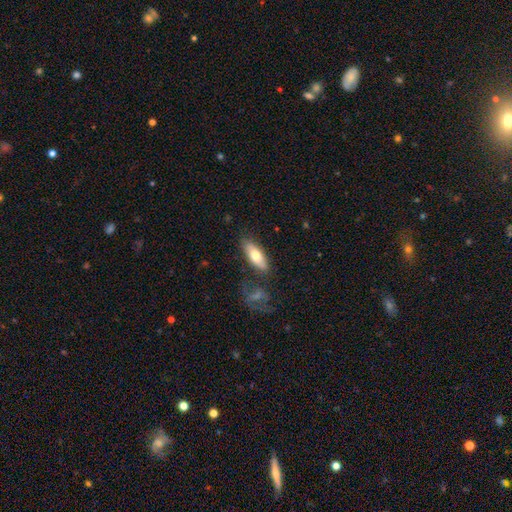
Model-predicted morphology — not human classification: smooth_or_featured: smooth (p=0.70) [alt: featured or disk p=0.24]
how_rounded: in between (p=0.72) [alt: cigar-shaped p=0.25]
merging: none (p=0.77) [alt: minor disturbance p=0.15]